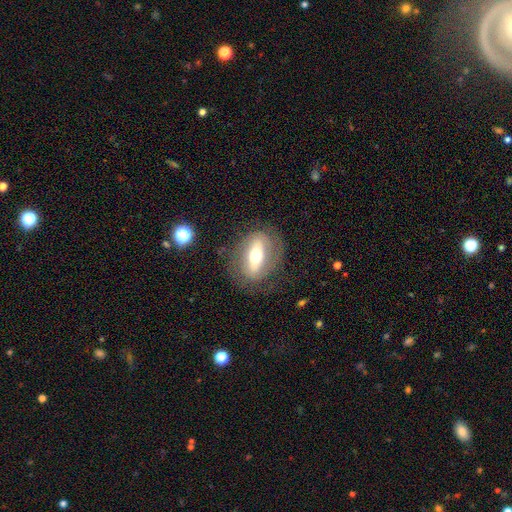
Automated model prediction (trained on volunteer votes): Smooth or featured?
  - featured or disk: 57% *
  - smooth: 36%
  - star or artifact: 7%
Edge-on disk?
  - no: 79% *
  - yes: 21%
Merging?
  - none: 74% *
  - minor disturbance: 15%
  - major disturbance: 10%
  - merger: 2%